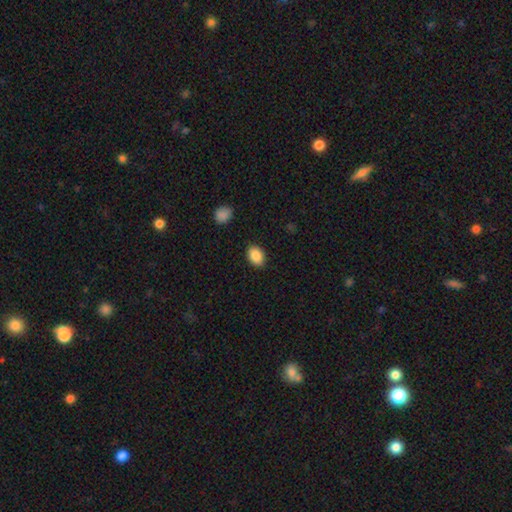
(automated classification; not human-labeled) Smooth or featured? Predicted: smooth (p=0.88). How rounded? Predicted: in between (p=0.76). Merging? Predicted: none (p=0.88).